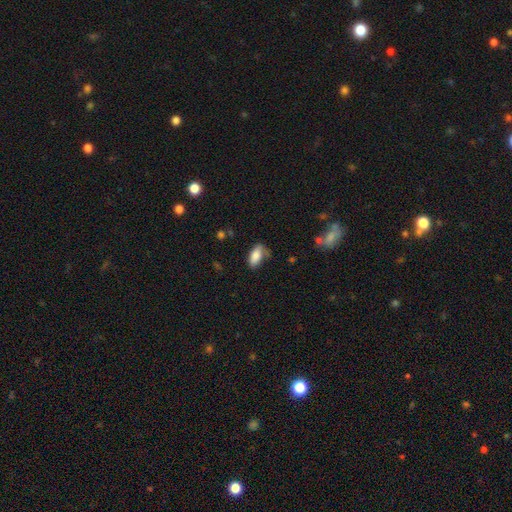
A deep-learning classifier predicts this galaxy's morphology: Overall: smooth (83%). How rounded: in between (89%). Merging: none (58%; minor disturbance 31%).